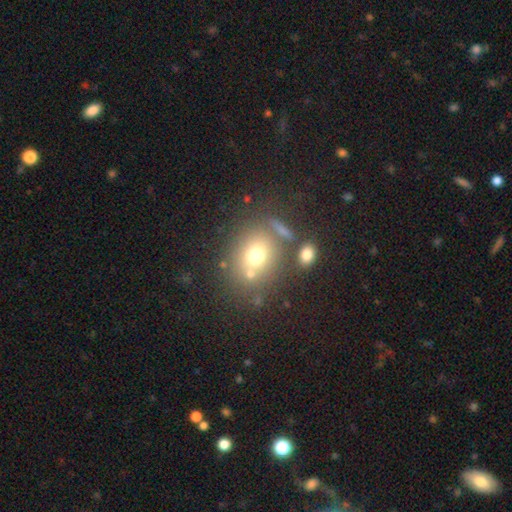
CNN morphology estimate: smooth 68%, featured or disk 17%, star or artifact 16%. Down the decision tree: how rounded — round (63%); merging — none (65%).